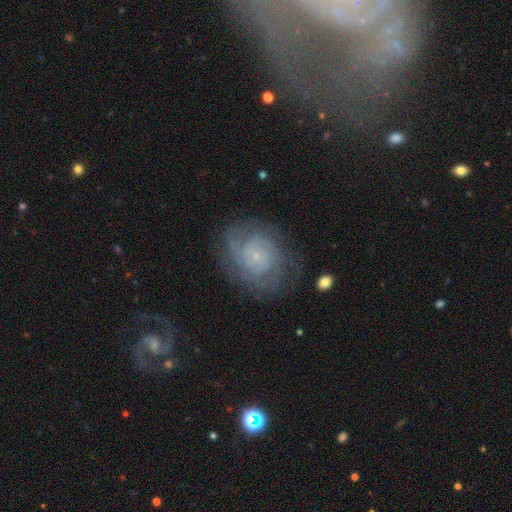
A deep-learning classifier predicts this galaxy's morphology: type=featured or disk (75%); edge-on=no (97%); bar=no (78%); spiral arms=yes (93%); winding=tight (59%); arm count=can't tell (37%); bulge=small (84%); merging=none (72%).